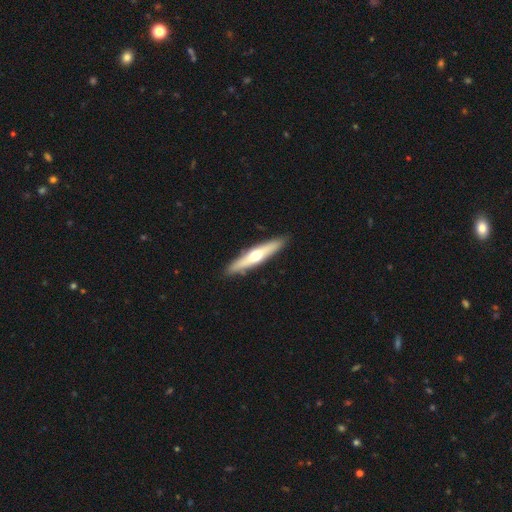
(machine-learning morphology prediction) Smooth or featured?
  - featured or disk: 54% *
  - smooth: 41%
  - star or artifact: 5%
Edge-on disk?
  - yes: 91% *
  - no: 9%
Merging?
  - none: 90% *
  - minor disturbance: 7%
  - major disturbance: 1%
  - merger: 1%